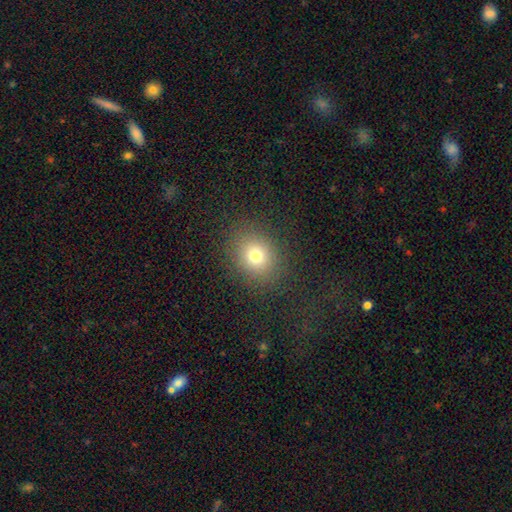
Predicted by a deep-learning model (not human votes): Smooth or featured? smooth (75%)
How rounded? round (69%)
Merging? none (86%)